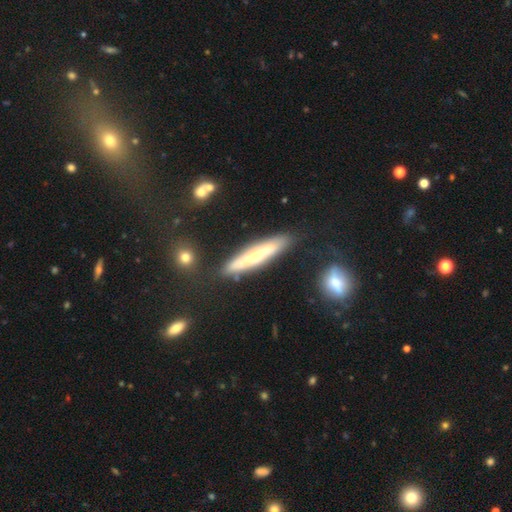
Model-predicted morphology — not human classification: A featured or disk galaxy (57%) viewed edge-on (88%) with a rounded central bulge (64%). Merging: none (82%).